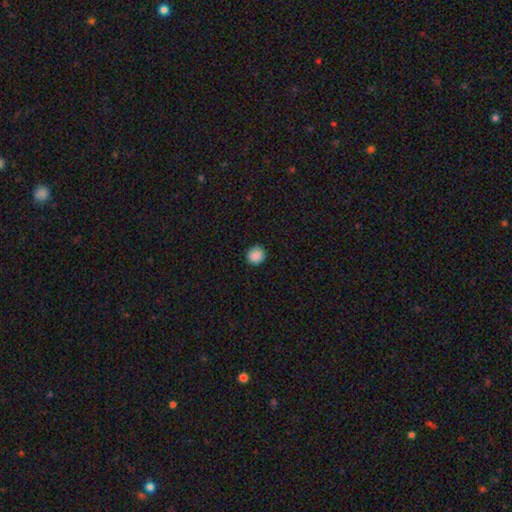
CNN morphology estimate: Q: Smooth or featured?
A: smooth (88%); runner-up: star or artifact (9%)
Q: How rounded?
A: round (94%); runner-up: in between (5%)
Q: Merging?
A: none (91%); runner-up: minor disturbance (6%)